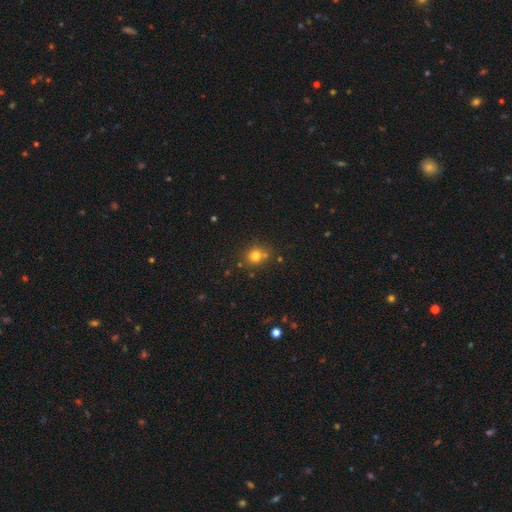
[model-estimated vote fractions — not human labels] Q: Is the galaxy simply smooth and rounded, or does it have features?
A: smooth — 77%.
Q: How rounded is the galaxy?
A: round — 84%.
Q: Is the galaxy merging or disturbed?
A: none — 70%.